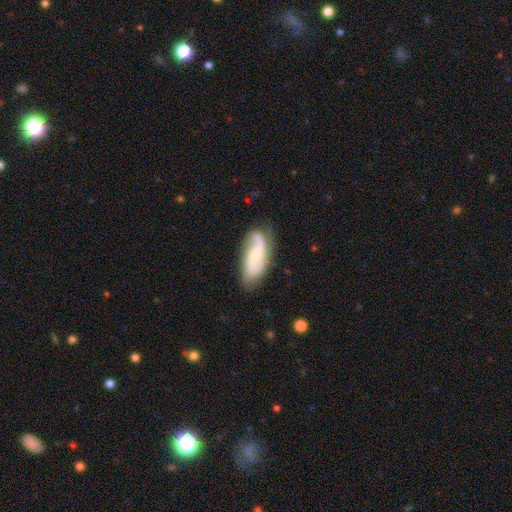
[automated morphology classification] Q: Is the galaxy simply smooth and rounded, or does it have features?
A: featured or disk — 69%.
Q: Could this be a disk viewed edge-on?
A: no — 92%.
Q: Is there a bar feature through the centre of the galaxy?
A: no — 64%.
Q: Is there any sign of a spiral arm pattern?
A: yes — 91%.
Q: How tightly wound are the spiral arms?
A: medium — 39%, tied with loose.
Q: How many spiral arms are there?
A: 2 — 71%.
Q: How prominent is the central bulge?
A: small — 60%.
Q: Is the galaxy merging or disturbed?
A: none — 69%.